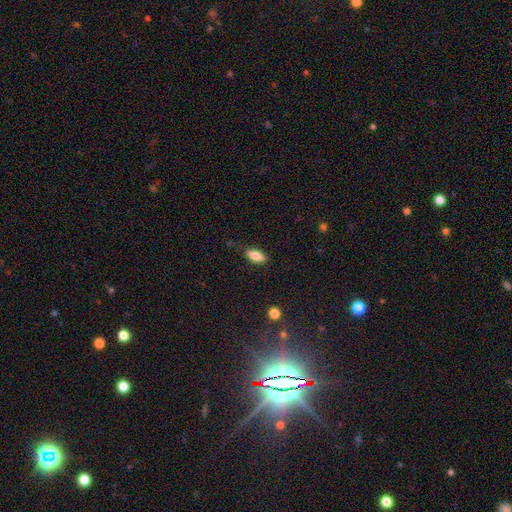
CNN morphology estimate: A smooth galaxy with no disk features (78%) that is in between round and cigar-shaped (82%). Merging: none (79%).